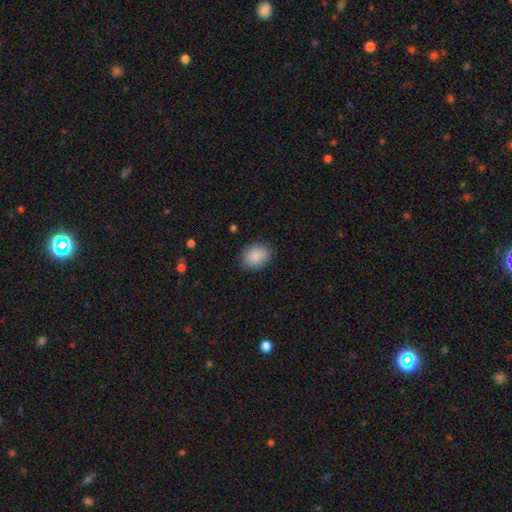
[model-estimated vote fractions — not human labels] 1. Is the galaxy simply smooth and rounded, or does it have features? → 89% smooth, 7% star or artifact, 4% featured or disk.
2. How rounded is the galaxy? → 64% in between, 35% round, 1% cigar-shaped.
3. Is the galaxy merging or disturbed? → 87% none, 10% minor disturbance, 3% major disturbance, 1% merger.